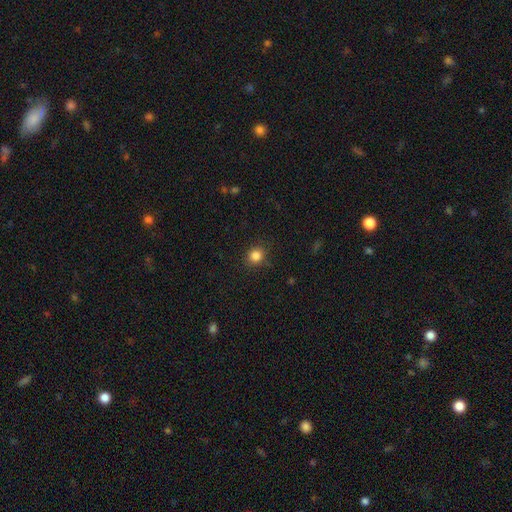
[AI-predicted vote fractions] This is clearly a smooth galaxy (84%). How rounded: clearly round (81%). Merging: clearly none (85%).